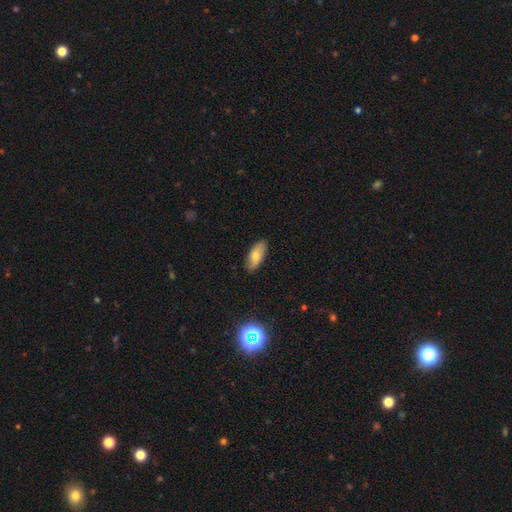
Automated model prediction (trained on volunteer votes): This is likely a smooth galaxy (75%). How rounded: clearly in between (84%). Merging: clearly none (87%).